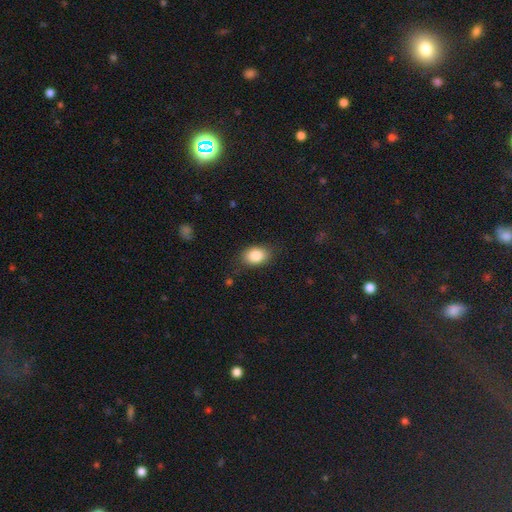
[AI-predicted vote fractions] Smooth or featured: smooth — 86% (star or artifact — 8%)
How rounded: in between — 80% (round — 19%)
Merging: none — 79% (minor disturbance — 15%)